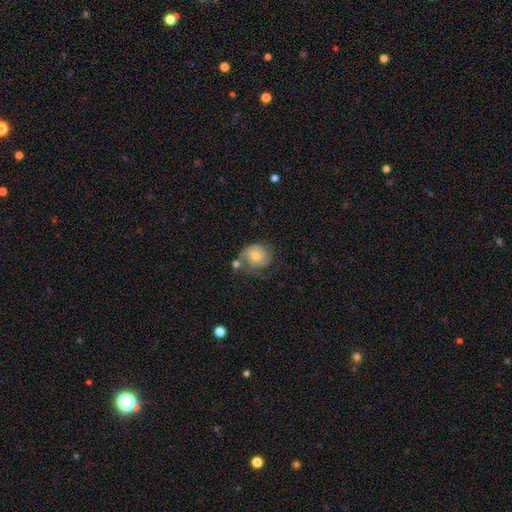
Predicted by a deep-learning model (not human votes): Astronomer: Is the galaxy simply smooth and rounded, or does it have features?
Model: featured or disk — 64%.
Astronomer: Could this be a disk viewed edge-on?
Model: no — 98%.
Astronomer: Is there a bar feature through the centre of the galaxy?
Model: no — 71%.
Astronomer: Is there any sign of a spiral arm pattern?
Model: yes — 90%.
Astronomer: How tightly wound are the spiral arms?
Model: tight — 50% (runner-up: medium, 36%).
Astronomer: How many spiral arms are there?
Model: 2 — 45%.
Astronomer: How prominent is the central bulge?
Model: moderate — 58% (runner-up: small, 33%).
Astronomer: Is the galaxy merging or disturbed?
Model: none — 46% (runner-up: minor disturbance, 22%).